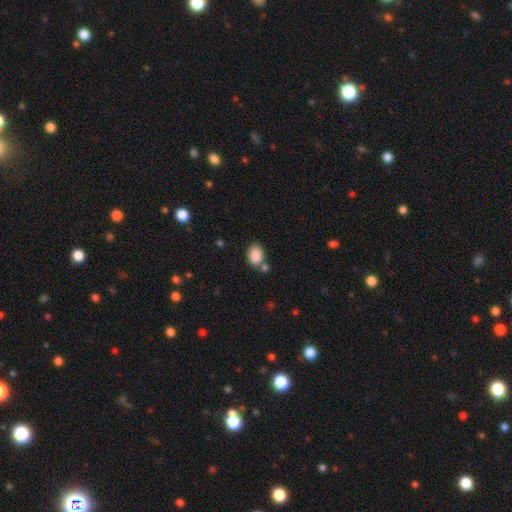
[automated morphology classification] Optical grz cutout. It shows a smooth galaxy with no disk features (88%) that is in between round and cigar-shaped (76%). Merging: none (63%).